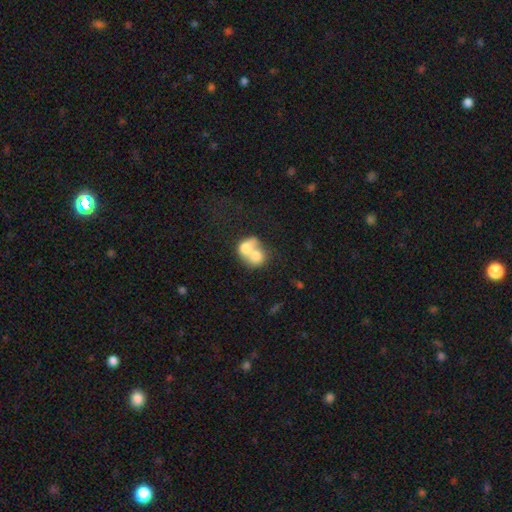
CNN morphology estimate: Smooth or featured? Predicted: smooth (p=0.67). How rounded? Predicted: round (p=0.53). Merging? Predicted: merger (p=0.79).